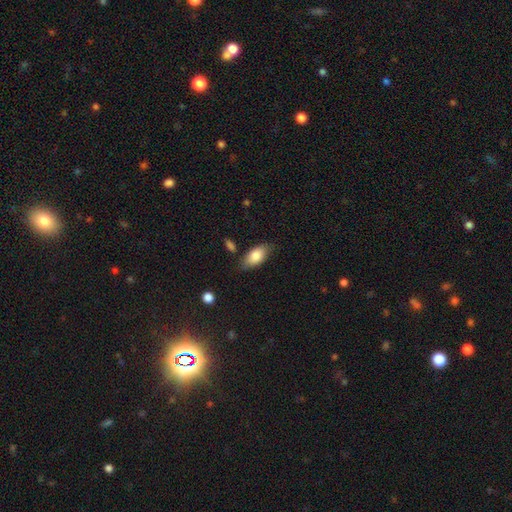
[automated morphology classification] This appears to be a smooth galaxy with no disk features (81%) that is in between round and cigar-shaped (90%). Merging: none (75%).